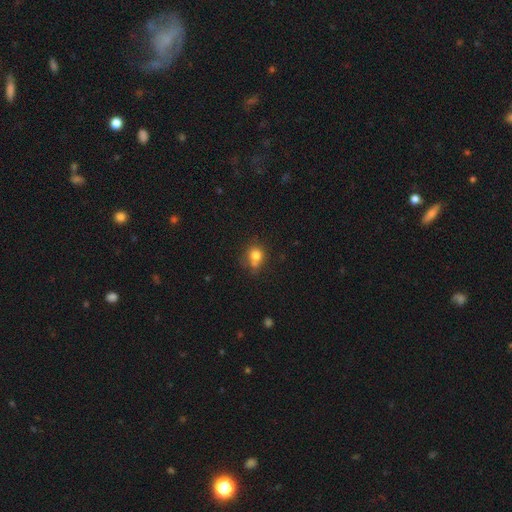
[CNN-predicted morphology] A smooth galaxy with no disk features (77%) that is round (74%).

Vote fractions:
- Smooth or featured? smooth: 77% / star or artifact: 12% / featured or disk: 10%
- How rounded? round: 74% / in between: 25% / cigar-shaped: 1%
- Merging? none: 53% / minor disturbance: 21% / merger: 18% / major disturbance: 8%